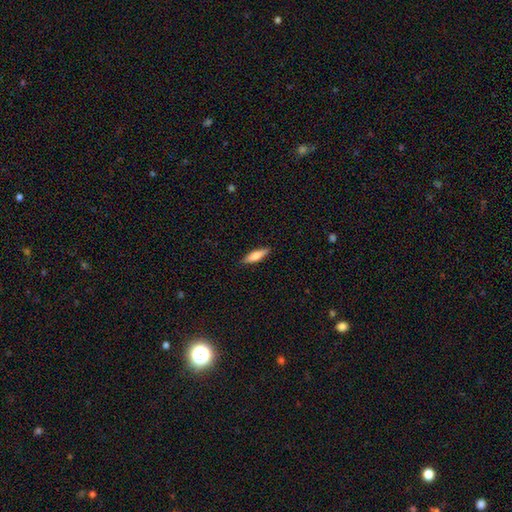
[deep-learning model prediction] smooth 70%, featured or disk 24%, star or artifact 6%. Down the decision tree: how rounded — cigar-shaped (60%); merging — none (88%).